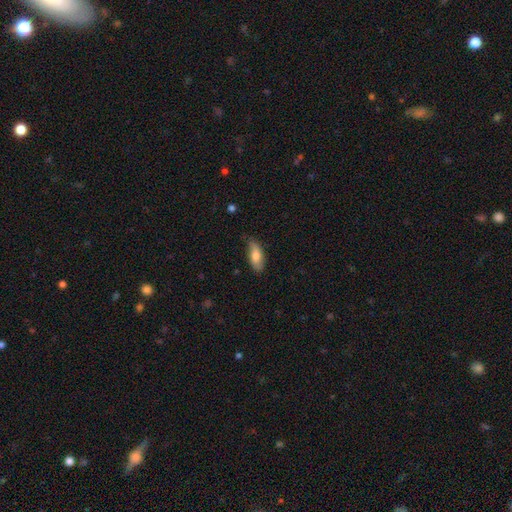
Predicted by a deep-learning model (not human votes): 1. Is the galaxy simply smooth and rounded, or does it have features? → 72% smooth, 22% featured or disk, 6% star or artifact.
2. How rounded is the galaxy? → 77% in between, 21% cigar-shaped, 3% round.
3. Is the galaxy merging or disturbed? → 68% none, 26% minor disturbance, 5% major disturbance, 2% merger.